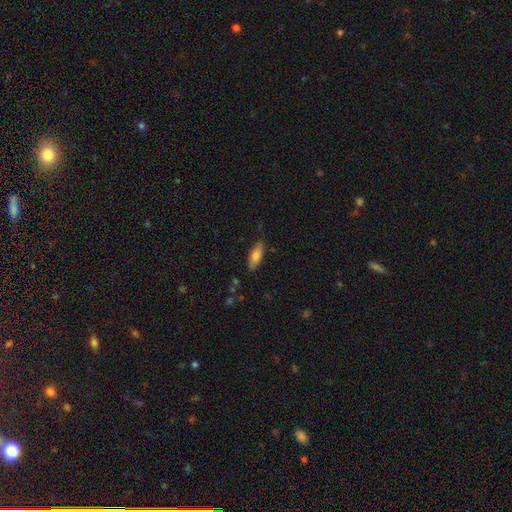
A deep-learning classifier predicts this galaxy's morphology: Q: Smooth or featured?
A: smooth (78%); runner-up: featured or disk (16%)
Q: How rounded?
A: in between (68%); runner-up: cigar-shaped (30%)
Q: Merging?
A: none (83%); runner-up: minor disturbance (13%)